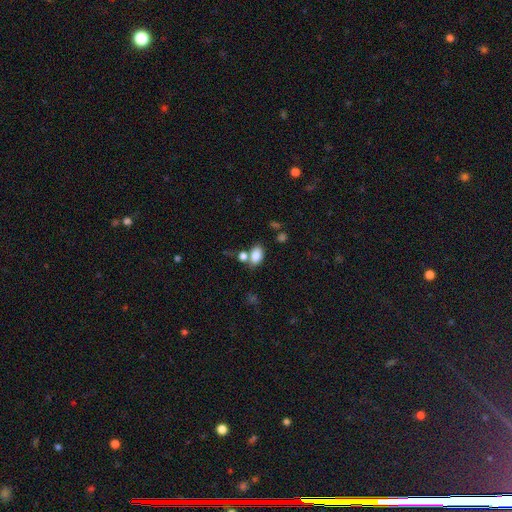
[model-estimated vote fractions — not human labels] A smooth galaxy with no disk features (83%) that is in between round and cigar-shaped (86%).

Vote fractions:
- Smooth or featured? smooth: 83% / star or artifact: 9% / featured or disk: 7%
- How rounded? in between: 86% / round: 12% / cigar-shaped: 1%
- Merging? none: 56% / merger: 26% / minor disturbance: 13% / major disturbance: 5%